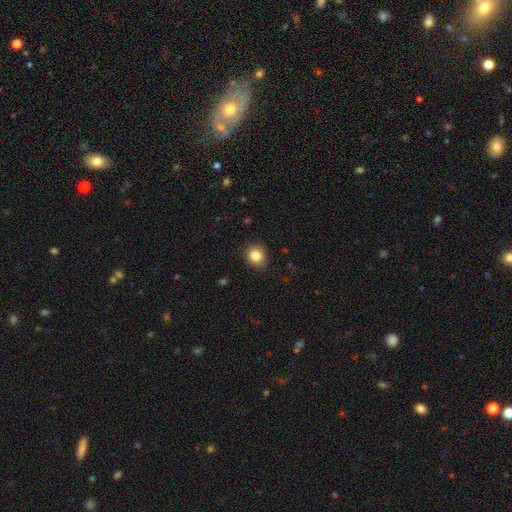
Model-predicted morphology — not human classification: Q: Smooth or featured?
A: smooth (84%); runner-up: star or artifact (10%)
Q: How rounded?
A: round (83%); runner-up: in between (16%)
Q: Merging?
A: none (88%); runner-up: minor disturbance (9%)